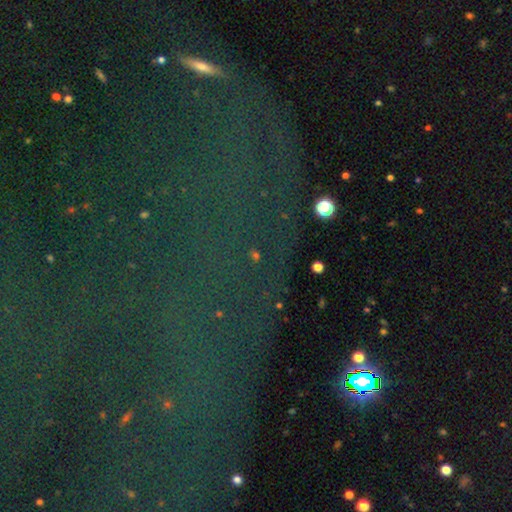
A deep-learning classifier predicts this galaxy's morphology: A star or artifact, not a galaxy (68%).

Vote fractions:
- Smooth or featured? star or artifact: 68% / smooth: 23% / featured or disk: 9%